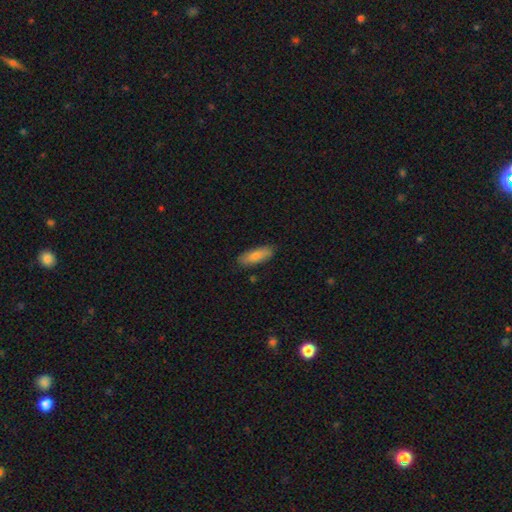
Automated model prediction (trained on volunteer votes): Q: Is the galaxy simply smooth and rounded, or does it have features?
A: smooth — 76%.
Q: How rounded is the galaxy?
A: in between — 57%.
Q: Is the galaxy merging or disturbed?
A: none — 86%.